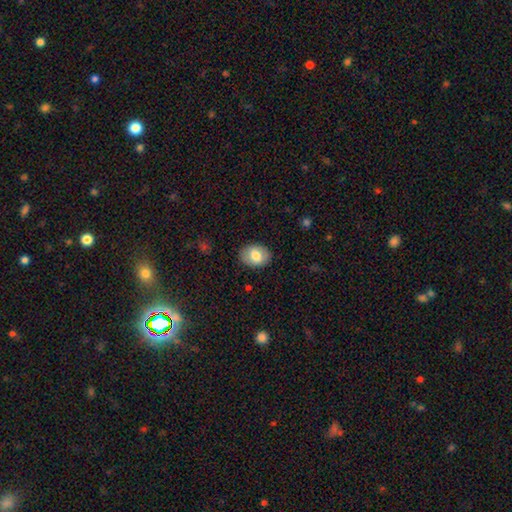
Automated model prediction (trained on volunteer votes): Morphology: type=smooth (76%); roundness=in between (72%); merging=none (86%).